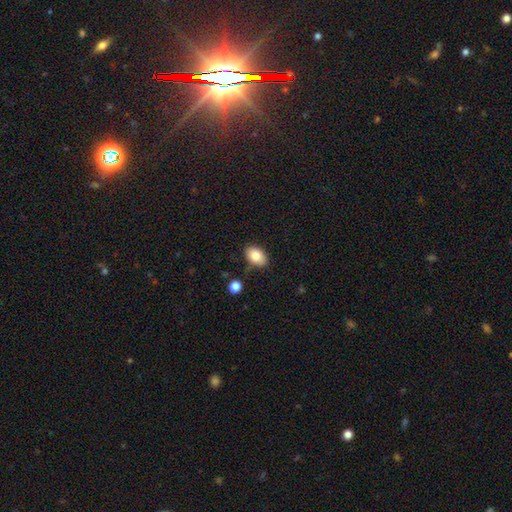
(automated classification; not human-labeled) smooth_or_featured: smooth (p=0.83) [alt: featured or disk p=0.09]
how_rounded: in between (p=0.88) [alt: round p=0.11]
merging: none (p=0.81) [alt: minor disturbance p=0.13]